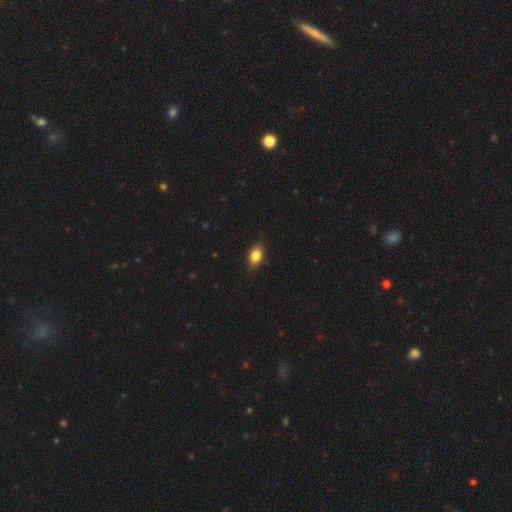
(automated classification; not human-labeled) smooth_or_featured: smooth (p=0.82) [alt: featured or disk p=0.09]
how_rounded: in between (p=0.87) [alt: round p=0.10]
merging: none (p=0.84) [alt: minor disturbance p=0.13]